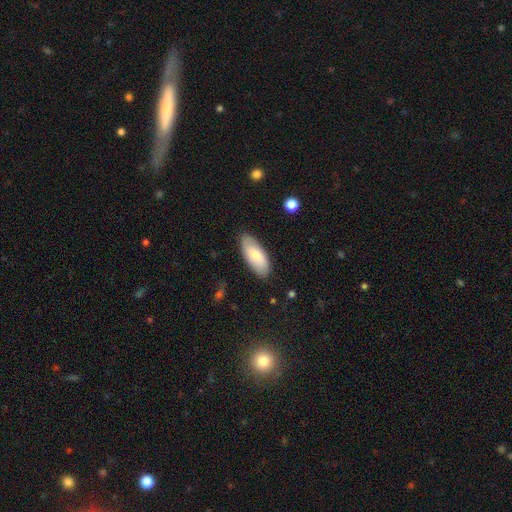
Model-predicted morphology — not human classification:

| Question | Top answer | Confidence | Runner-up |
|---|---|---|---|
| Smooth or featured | smooth | 76% | featured or disk (19%) |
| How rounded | in between | 87% | cigar-shaped (11%) |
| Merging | none | 85% | minor disturbance (11%) |